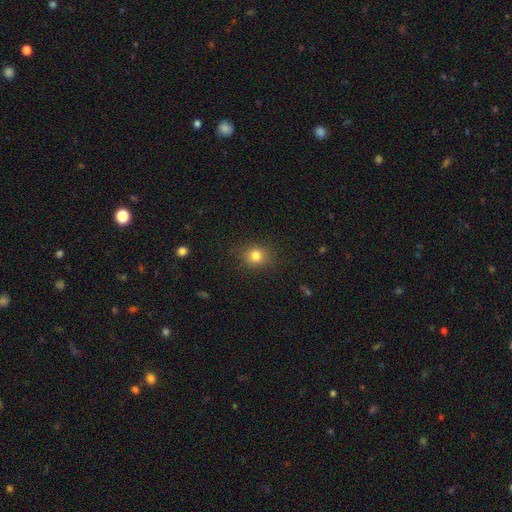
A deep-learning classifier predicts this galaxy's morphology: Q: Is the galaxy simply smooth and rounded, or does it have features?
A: smooth — 80%.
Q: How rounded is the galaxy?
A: round — 75%.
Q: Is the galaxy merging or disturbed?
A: none — 86%.